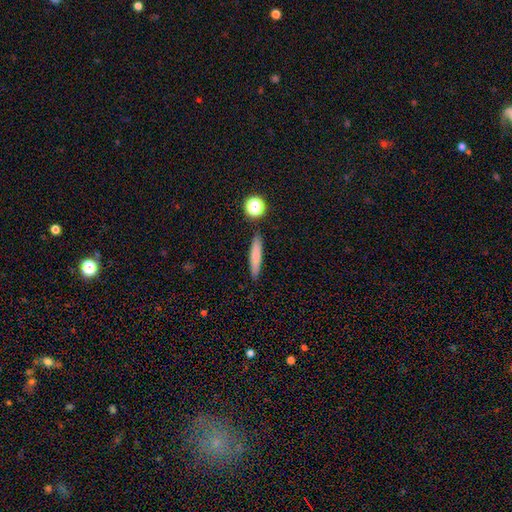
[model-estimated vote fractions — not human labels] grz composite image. It shows a smooth galaxy with no disk features (74%) that is cigar-shaped (89%). Merging: none (88%).